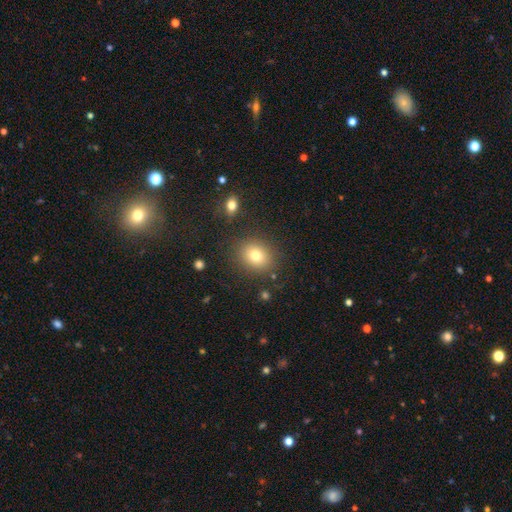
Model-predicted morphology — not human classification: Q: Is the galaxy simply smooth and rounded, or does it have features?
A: smooth — 78%.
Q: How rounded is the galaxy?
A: round — 63%.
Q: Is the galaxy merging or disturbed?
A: none — 84%.